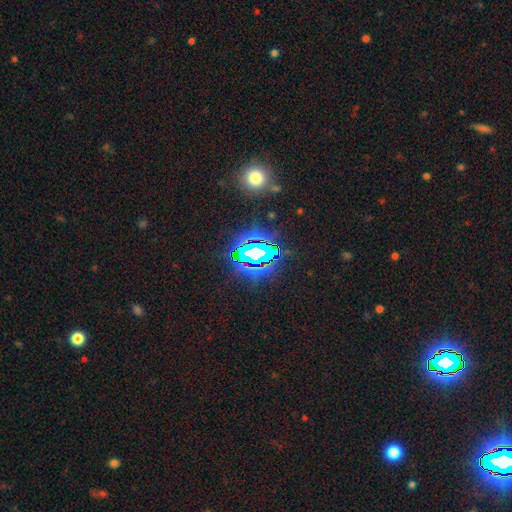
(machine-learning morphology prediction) Smooth or featured?
  - star or artifact: 80% *
  - smooth: 13%
  - featured or disk: 7%